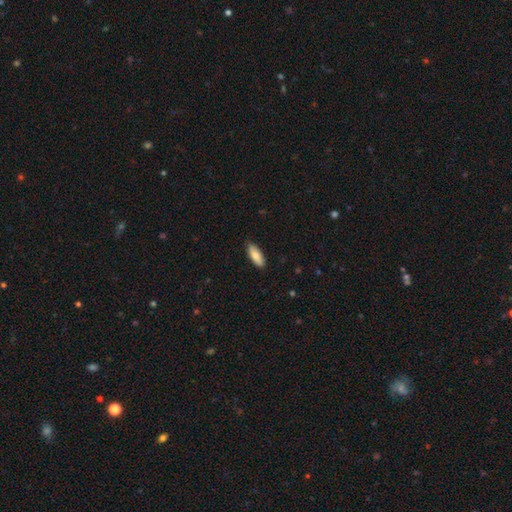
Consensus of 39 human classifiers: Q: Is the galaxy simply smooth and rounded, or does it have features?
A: smooth — 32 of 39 (82%).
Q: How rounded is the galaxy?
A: in between — 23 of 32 (72%).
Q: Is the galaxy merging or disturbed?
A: none — 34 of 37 (92%).